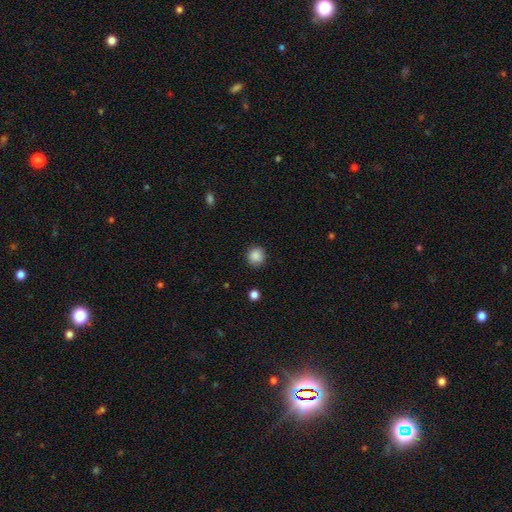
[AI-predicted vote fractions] The model was most divided on "smooth or featured": smooth: 87%, star or artifact: 10%, featured or disk: 3%. More confident: how rounded — round (91%); merging — none (89%).